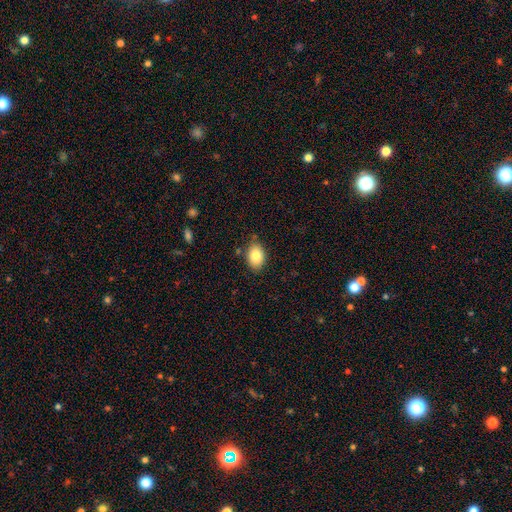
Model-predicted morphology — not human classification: The model was most divided on "how rounded": in between: 81%, round: 18%, cigar-shaped: 1%. More confident: smooth or featured — smooth (82%); merging — none (81%).